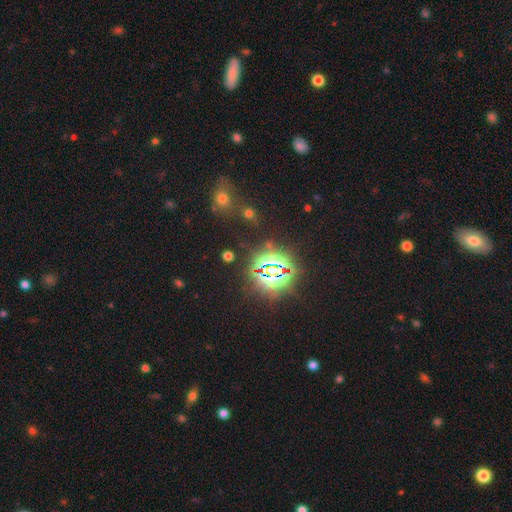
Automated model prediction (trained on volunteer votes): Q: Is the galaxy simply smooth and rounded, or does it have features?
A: star or artifact — 77%.